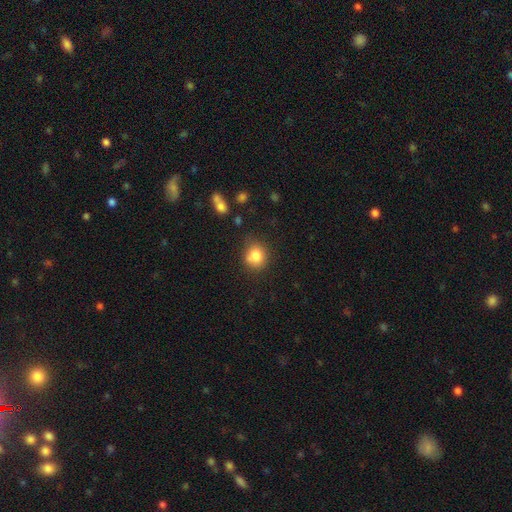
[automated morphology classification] Smooth or featured: smooth — 82% (star or artifact — 11%)
How rounded: round — 80% (in between — 20%)
Merging: none — 70% (minor disturbance — 19%)